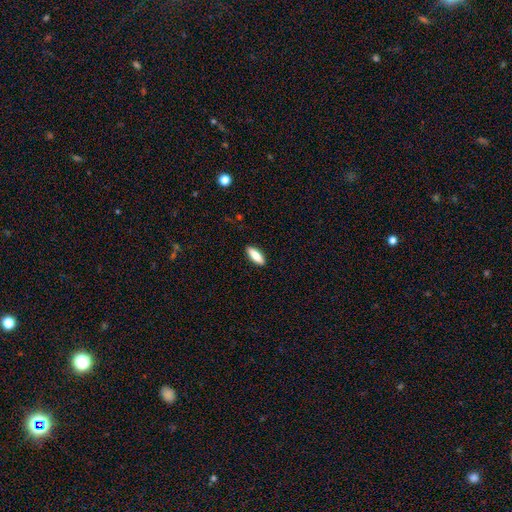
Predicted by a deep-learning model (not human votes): smooth-or-featured: smooth: 81% | featured or disk: 13% | star or artifact: 6%
  how-rounded: in between: 52% | cigar-shaped: 46% | round: 2%
  merging: none: 90% | minor disturbance: 7% | major disturbance: 2% | merger: 1%